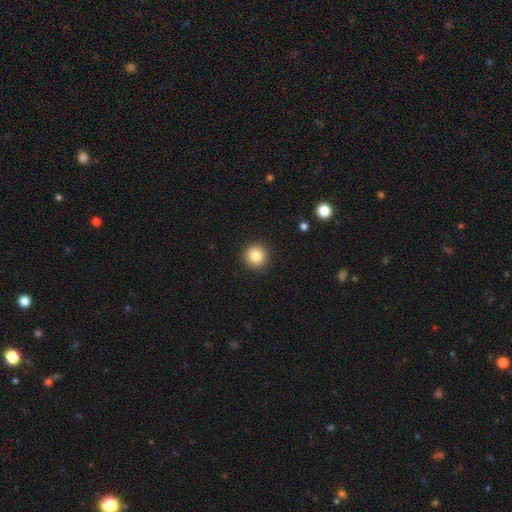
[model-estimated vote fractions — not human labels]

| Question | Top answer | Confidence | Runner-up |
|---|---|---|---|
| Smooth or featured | smooth | 84% | star or artifact (10%) |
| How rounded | round | 95% | in between (4%) |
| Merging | none | 92% | minor disturbance (5%) |